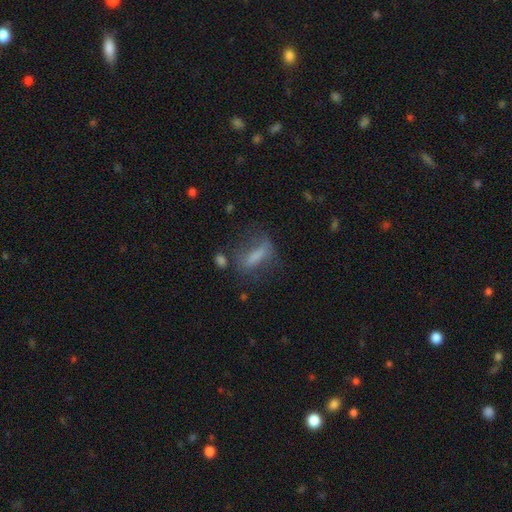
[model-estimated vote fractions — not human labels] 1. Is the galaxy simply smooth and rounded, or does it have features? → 61% smooth, 27% featured or disk, 12% star or artifact.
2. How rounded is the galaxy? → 55% cigar-shaped, 40% in between, 5% round.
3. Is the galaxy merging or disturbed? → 51% none, 22% minor disturbance, 21% major disturbance, 6% merger.